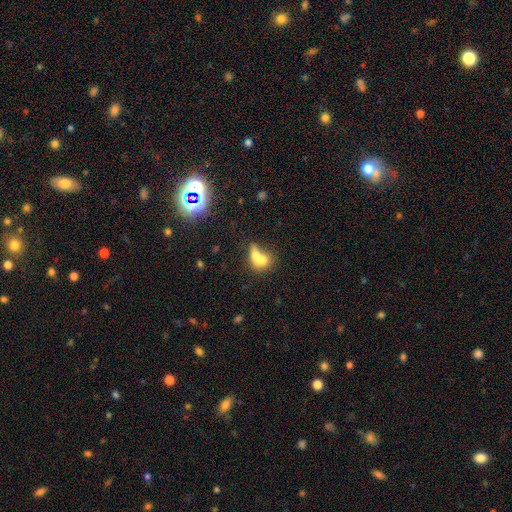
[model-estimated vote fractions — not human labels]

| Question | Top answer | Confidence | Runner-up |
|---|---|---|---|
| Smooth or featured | smooth | 67% | featured or disk (22%) |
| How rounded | round | 50% | in between (47%) |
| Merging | merger | 70% | none (19%) |